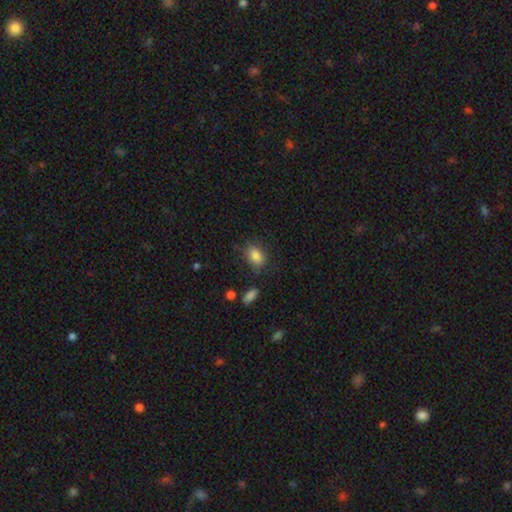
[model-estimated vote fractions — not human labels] This is clearly a smooth galaxy (84%). How rounded: clearly in between (81%). Merging: likely none (74%).